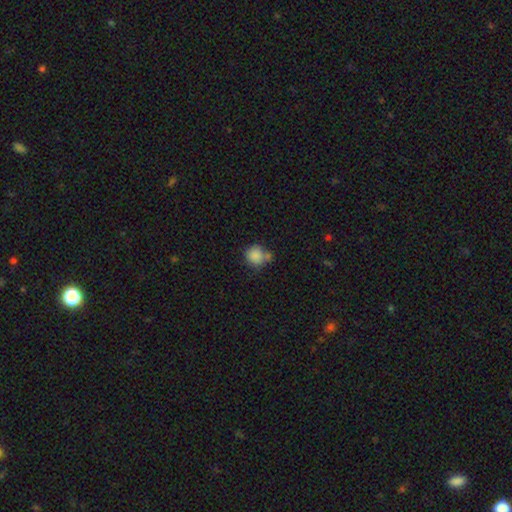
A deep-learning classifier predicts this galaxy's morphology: This is clearly a smooth galaxy (85%). How rounded: clearly round (87%). Merging: possibly none (57%).